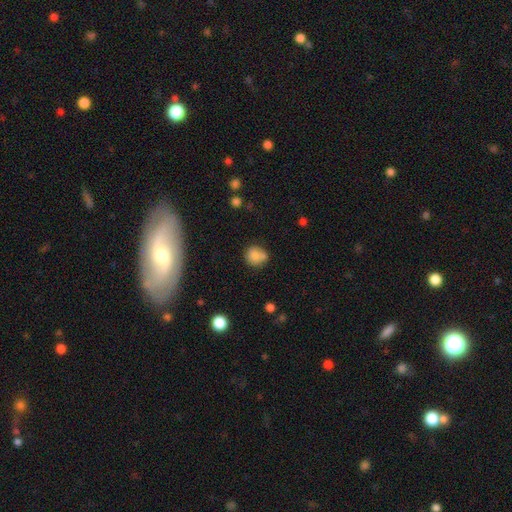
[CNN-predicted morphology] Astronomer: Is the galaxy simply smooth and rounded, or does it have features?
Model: smooth — 80%.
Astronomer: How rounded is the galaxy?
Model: round — 83%.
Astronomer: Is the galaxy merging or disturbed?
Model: none — 57%.